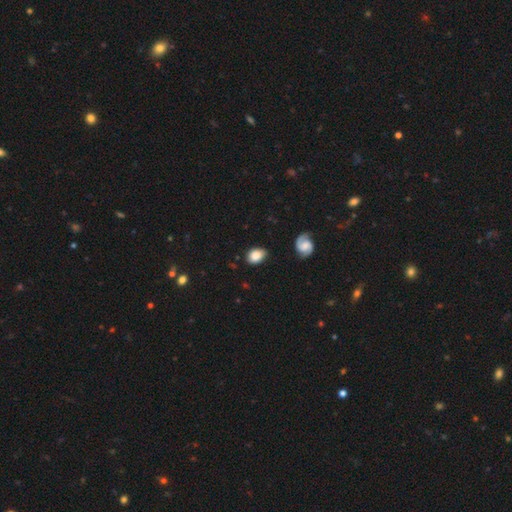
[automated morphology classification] Smooth or featured? smooth (80%)
How rounded? in between (70%)
Merging? none (75%)